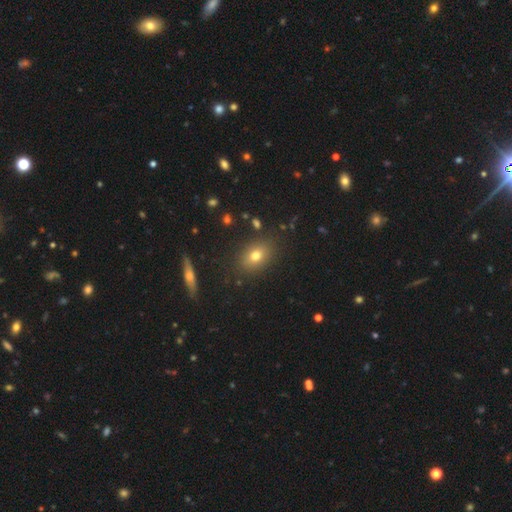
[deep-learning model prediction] Smooth or featured? Predicted: smooth (p=0.75). How rounded? Predicted: in between (p=0.70). Merging? Predicted: none (p=0.85).